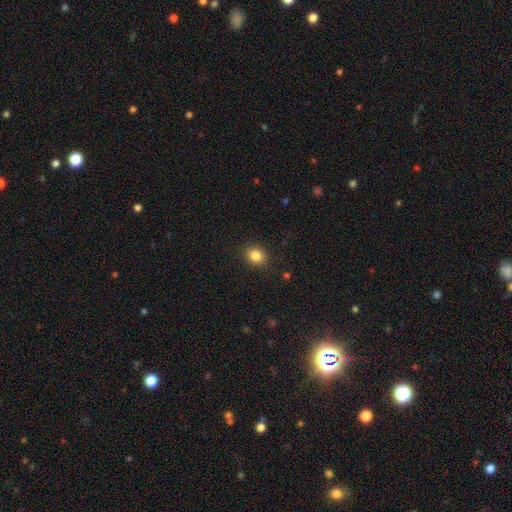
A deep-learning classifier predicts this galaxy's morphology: A smooth galaxy with no disk features (85%) that is round (59%). Merging: none (88%).